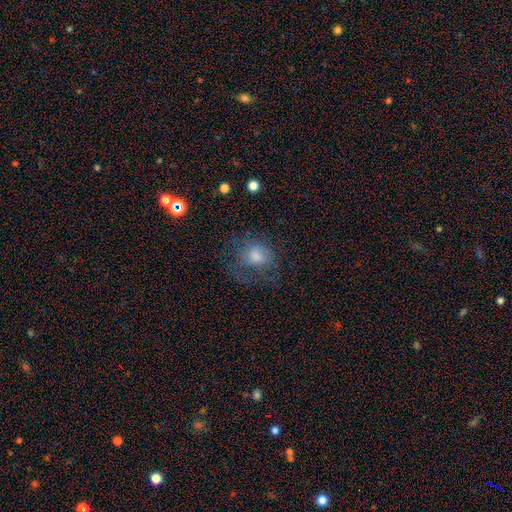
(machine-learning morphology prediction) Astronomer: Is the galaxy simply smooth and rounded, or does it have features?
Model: smooth — 60%.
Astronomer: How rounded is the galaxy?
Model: round — 62%.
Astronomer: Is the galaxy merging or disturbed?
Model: none — 50% (runner-up: major disturbance, 27%).